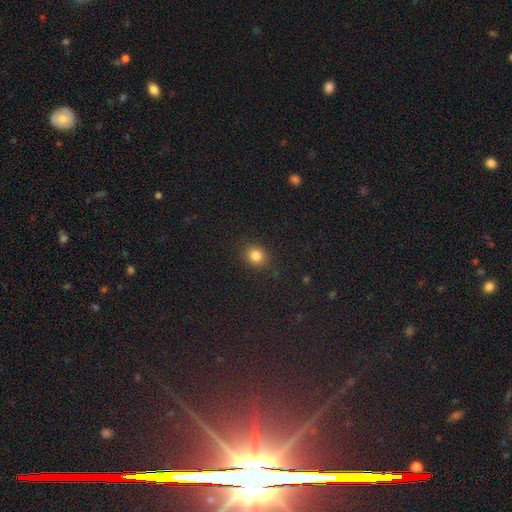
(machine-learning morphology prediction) Smooth or featured? Predicted: smooth (p=0.83). How rounded? Predicted: round (p=0.72). Merging? Predicted: none (p=0.87).